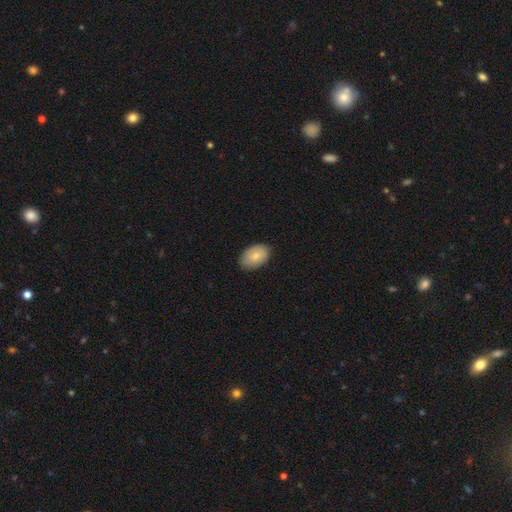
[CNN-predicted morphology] Smooth or featured? Predicted: smooth (p=0.85). How rounded? Predicted: in between (p=0.89). Merging? Predicted: none (p=0.83).